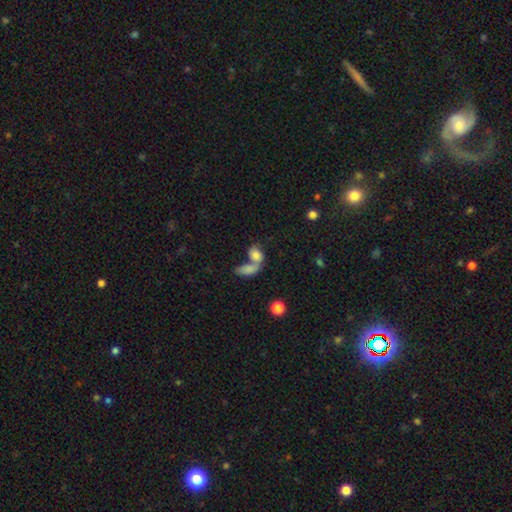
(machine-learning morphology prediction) This appears to be a smooth galaxy with no disk features (70%) that is in between round and cigar-shaped (75%). Merging: merger (69%).